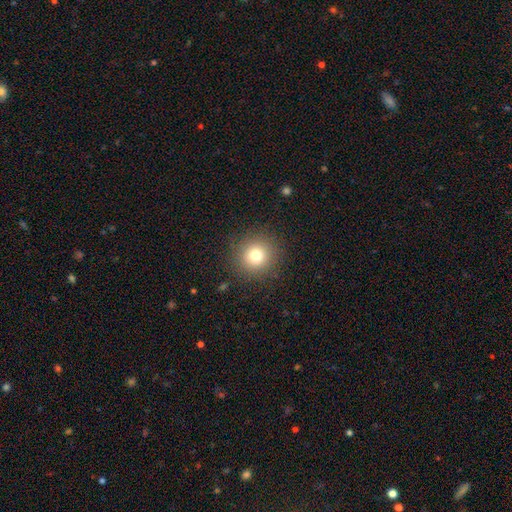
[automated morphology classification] This is likely a smooth galaxy (77%). How rounded: clearly round (93%). Merging: clearly none (89%).